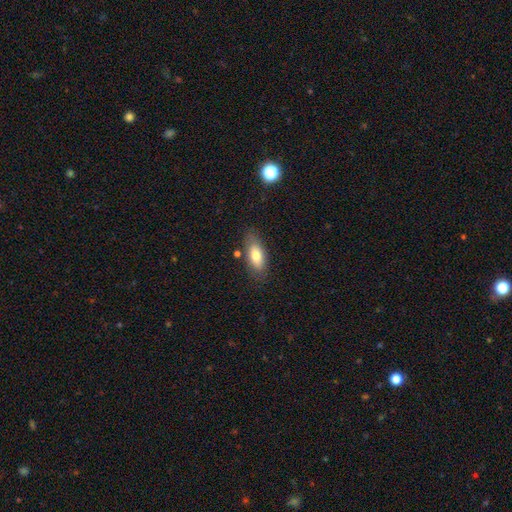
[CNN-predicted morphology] A smooth galaxy with no disk features (73%) that is in between round and cigar-shaped (80%). Merging: none (77%).